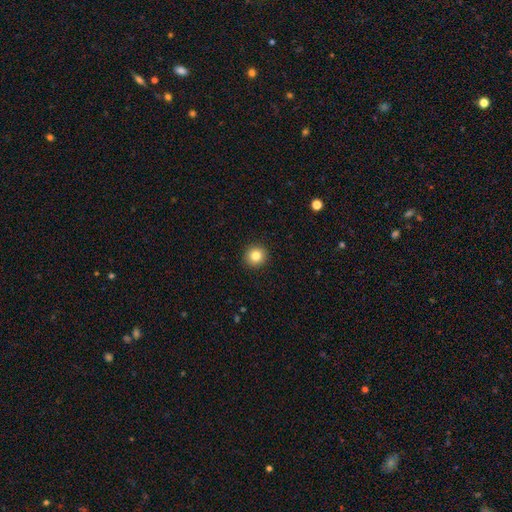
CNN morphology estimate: A smooth galaxy with no disk features (83%) that is round (92%).

Vote fractions:
- Smooth or featured? smooth: 83% / star or artifact: 10% / featured or disk: 7%
- How rounded? round: 92% / in between: 7% / cigar-shaped: 1%
- Merging? none: 93% / minor disturbance: 5% / major disturbance: 2% / merger: 1%